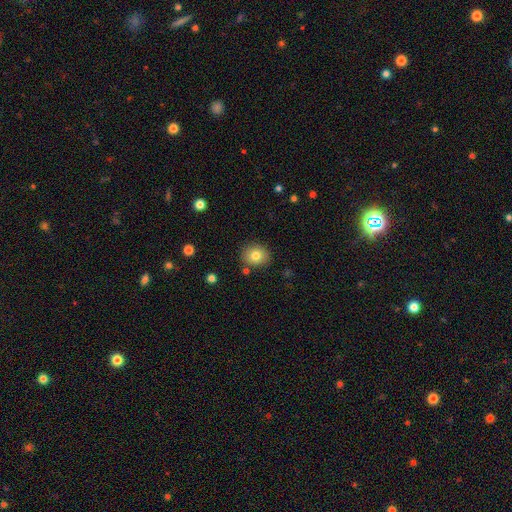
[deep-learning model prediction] smooth_or_featured: smooth (p=0.79) [alt: featured or disk p=0.11]
how_rounded: round (p=0.74) [alt: in between p=0.25]
merging: none (p=0.85) [alt: minor disturbance p=0.09]